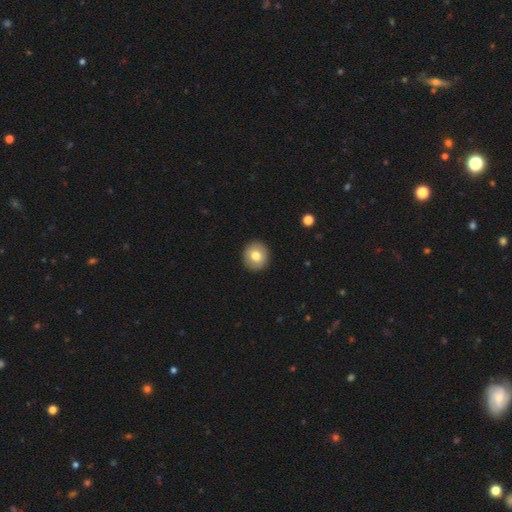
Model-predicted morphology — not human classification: Smooth or featured: smooth — 76% (featured or disk — 17%)
How rounded: round — 88% (in between — 11%)
Merging: none — 92% (minor disturbance — 6%)